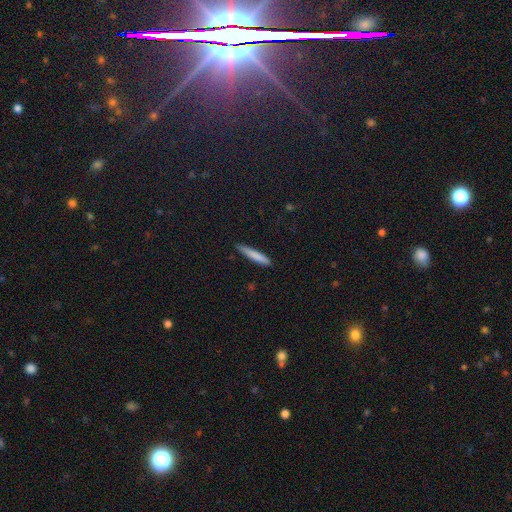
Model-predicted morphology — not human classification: smooth_or_featured: smooth (p=0.80) [alt: featured or disk p=0.14]
how_rounded: cigar-shaped (p=0.93) [alt: in between p=0.06]
merging: none (p=0.84) [alt: minor disturbance p=0.13]